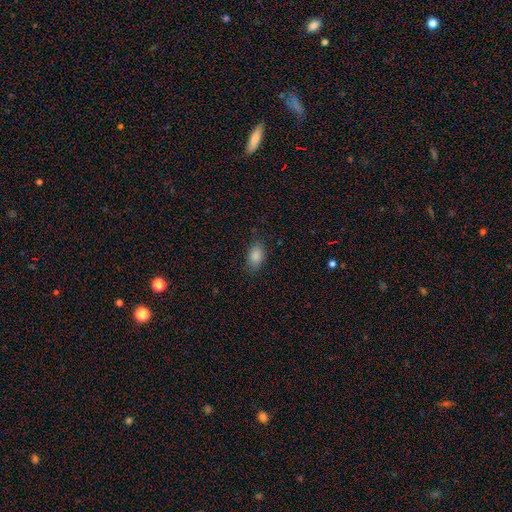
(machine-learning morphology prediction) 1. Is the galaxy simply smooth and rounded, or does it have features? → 87% smooth, 8% star or artifact, 5% featured or disk.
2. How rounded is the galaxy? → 89% in between, 8% round, 2% cigar-shaped.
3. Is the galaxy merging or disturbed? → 81% none, 14% minor disturbance, 4% major disturbance, 1% merger.